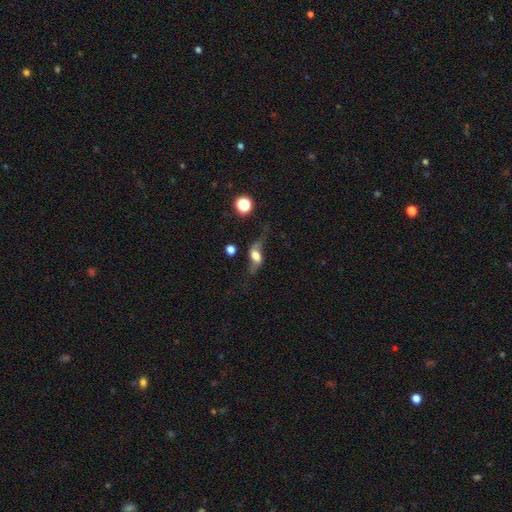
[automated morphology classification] Smooth or featured? Predicted: featured or disk (p=0.46). Merging? Predicted: none (p=0.43).